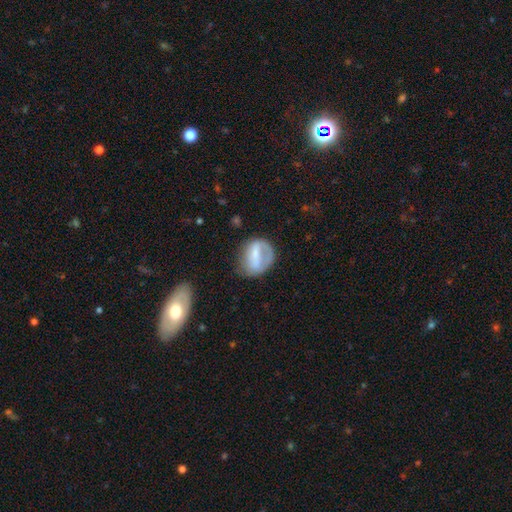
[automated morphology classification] This is possibly a smooth galaxy (52%). How rounded: possibly in between (51%). Merging: possibly none (50%).